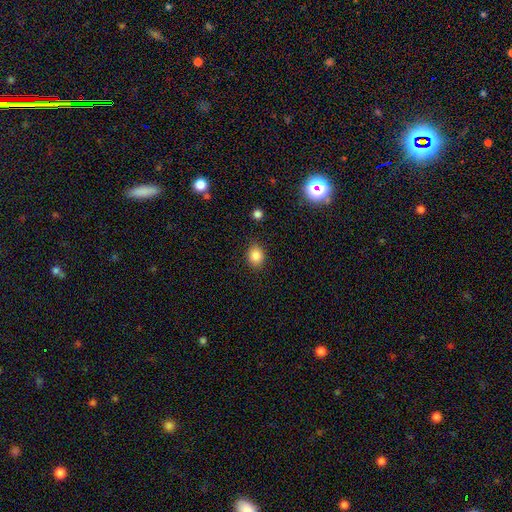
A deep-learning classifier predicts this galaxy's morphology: smooth-or-featured: smooth: 85% | star or artifact: 10% | featured or disk: 5%
  how-rounded: round: 58% | in between: 41% | cigar-shaped: 1%
  merging: none: 84% | minor disturbance: 12% | major disturbance: 3% | merger: 2%